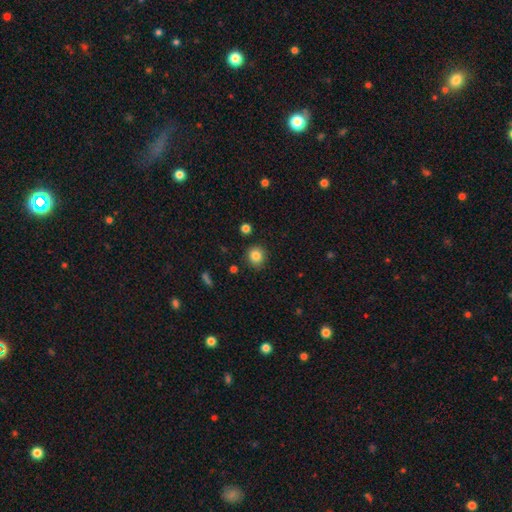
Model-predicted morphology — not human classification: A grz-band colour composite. It shows a smooth galaxy with no disk features (83%) that is round (87%). Merging: none (87%).